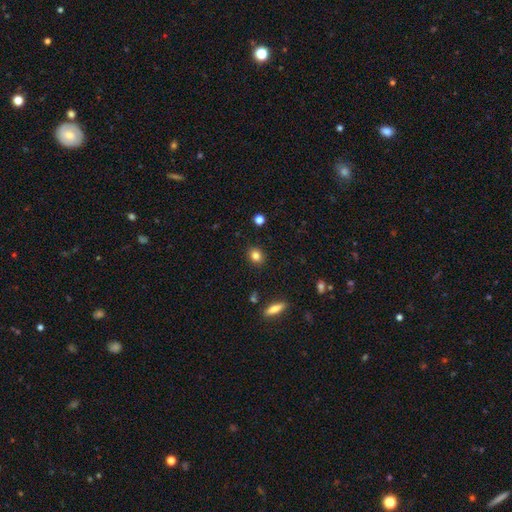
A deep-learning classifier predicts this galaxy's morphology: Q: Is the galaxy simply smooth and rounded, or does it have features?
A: smooth — 83%.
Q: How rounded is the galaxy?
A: round — 70%.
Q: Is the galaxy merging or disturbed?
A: none — 89%.